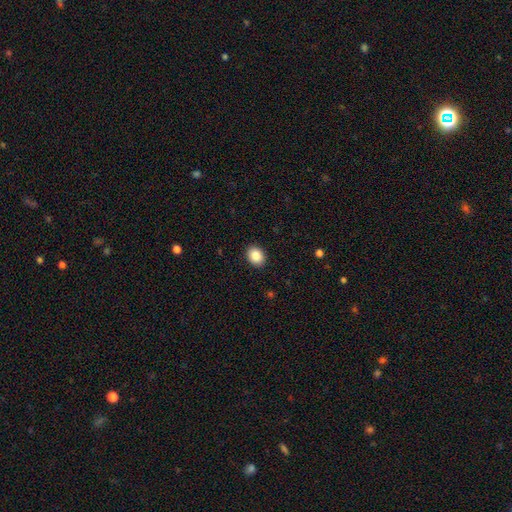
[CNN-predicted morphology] smooth 87%, star or artifact 9%, featured or disk 5%. Down the decision tree: how rounded — in between (52%); merging — none (91%).